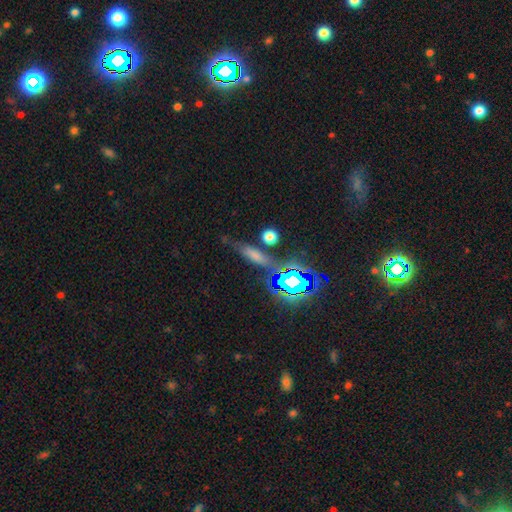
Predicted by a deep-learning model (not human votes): The model was most divided on "how rounded": cigar-shaped: 60%, in between: 30%, round: 10%. More confident: merging — none (69%); smooth or featured — smooth (59%).